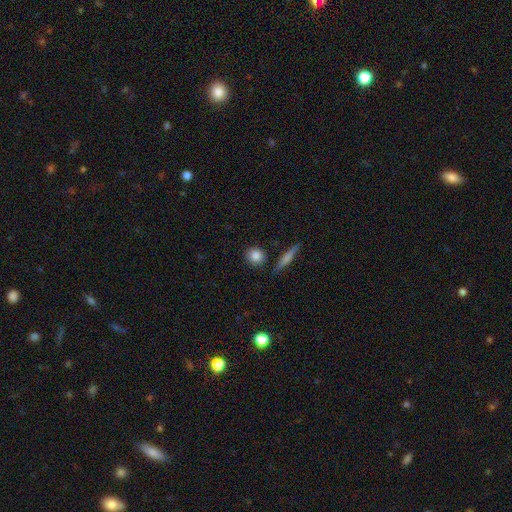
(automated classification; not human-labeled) A smooth galaxy with no disk features (85%) that is round (81%). Merging: none (85%).